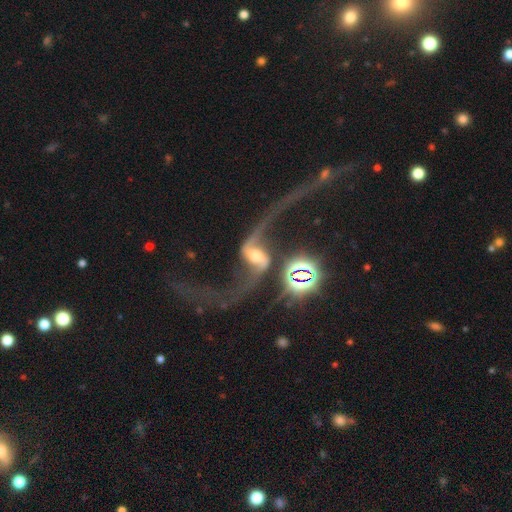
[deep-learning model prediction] Overall: featured or disk (86%). Edge-on disk: no (94%). Bar: strong (42%; weak 33%). Spiral arms: yes (96%). Spiral arm count: 2 (94%). Spiral winding: loose (93%). Bulge size: moderate (56%; small 22%). Merging: none (56%; major disturbance 21%).